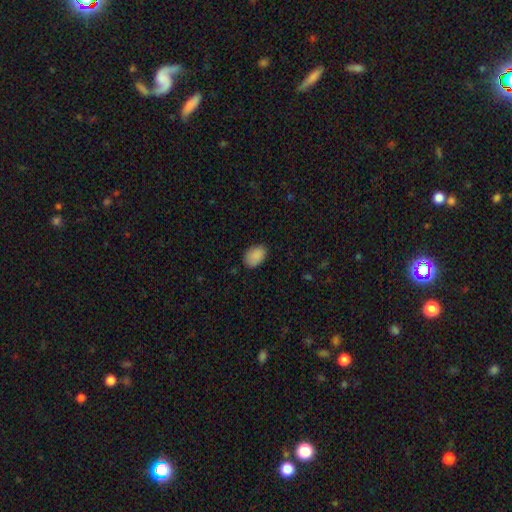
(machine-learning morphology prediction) Smooth or featured? smooth (88%)
How rounded? in between (83%)
Merging? none (80%)